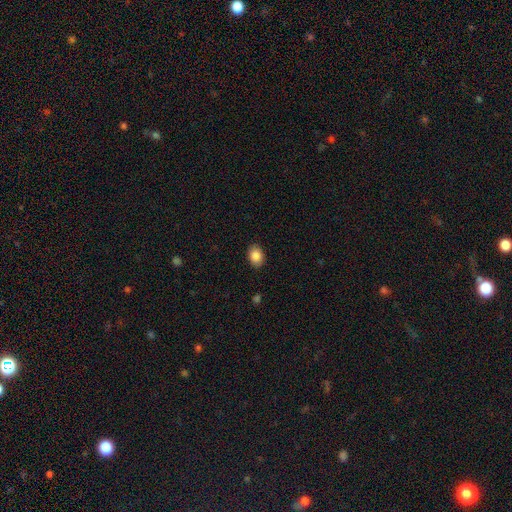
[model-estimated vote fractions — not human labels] Overall: smooth (87%). How rounded: in between (77%). Merging: none (88%).